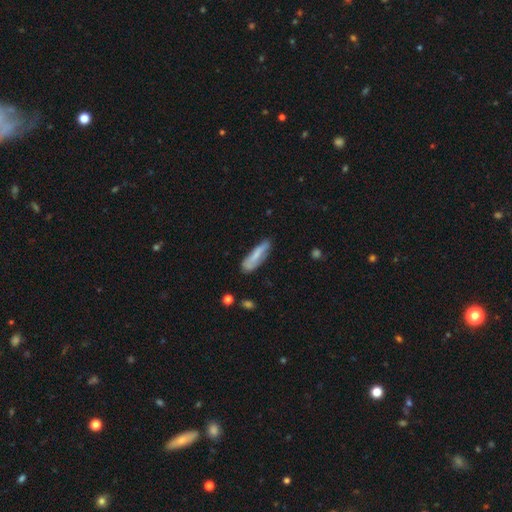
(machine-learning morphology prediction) Overall: smooth (65%; featured or disk 28%). How rounded: cigar-shaped (68%; in between 31%). Merging: none (64%; minor disturbance 25%).